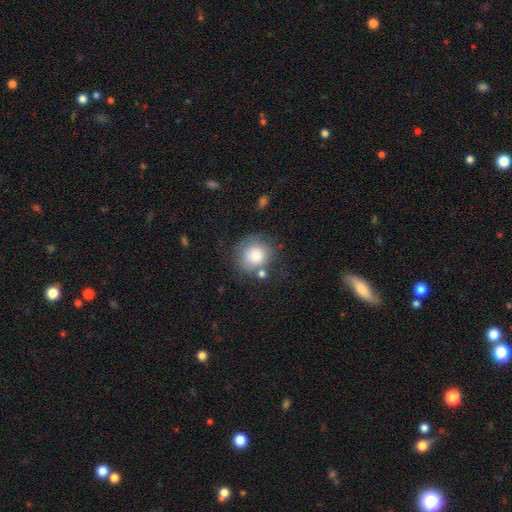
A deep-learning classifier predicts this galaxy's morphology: smooth_or_featured: smooth (p=0.76) [alt: featured or disk p=0.16]
how_rounded: round (p=0.87) [alt: in between p=0.12]
merging: none (p=0.61) [alt: minor disturbance p=0.20]